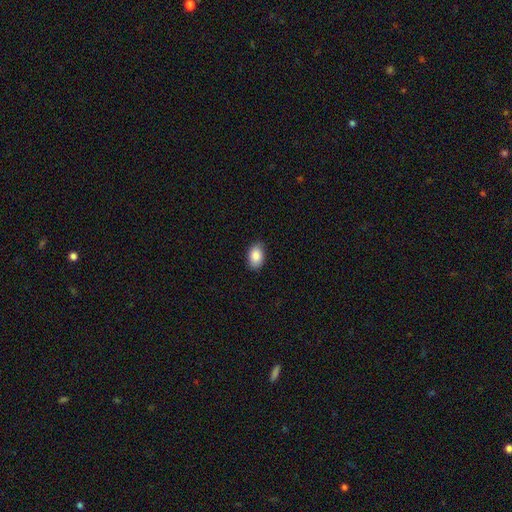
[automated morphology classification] smooth_or_featured: smooth (p=0.87) [alt: star or artifact p=0.07]
how_rounded: in between (p=0.88) [alt: round p=0.11]
merging: none (p=0.85) [alt: minor disturbance p=0.12]